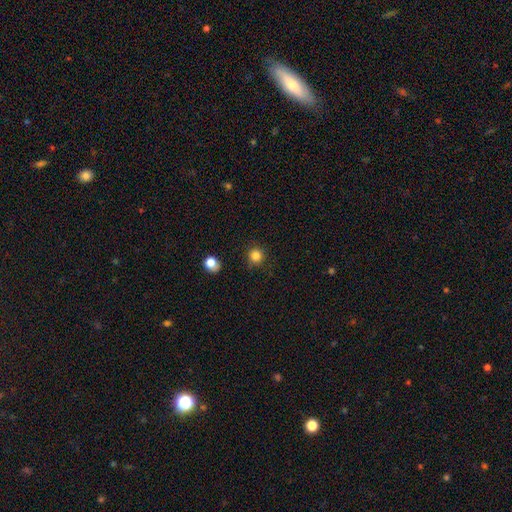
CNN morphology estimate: smooth-or-featured: smooth: 84% | star or artifact: 12% | featured or disk: 4%
  how-rounded: round: 94% | in between: 5% | cigar-shaped: 1%
  merging: none: 88% | minor disturbance: 8% | major disturbance: 2% | merger: 2%